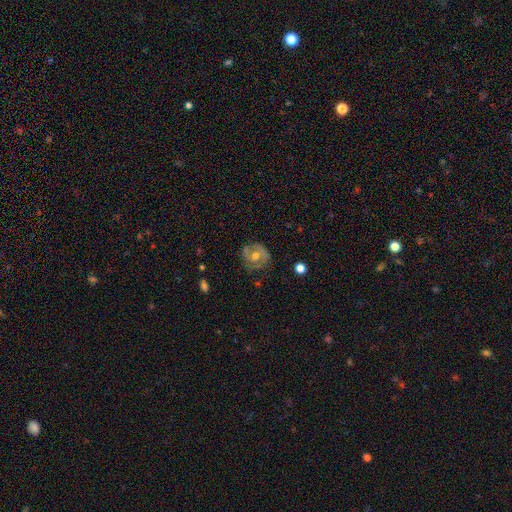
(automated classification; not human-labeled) Smooth or featured: featured or disk — 61% (smooth — 30%)
Edge-on disk: no — 97% (yes — 3%)
Bar: no — 73% (weak — 22%)
Spiral arms: yes — 67% (no — 33%)
Bulge size: moderate — 73% (small — 20%)
Merging: none — 72% (minor disturbance — 19%)